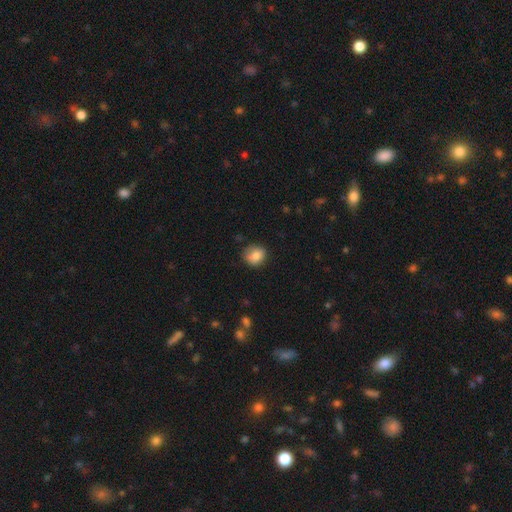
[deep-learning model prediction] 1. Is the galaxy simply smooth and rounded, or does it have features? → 83% smooth, 9% star or artifact, 8% featured or disk.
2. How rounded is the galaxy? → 76% round, 23% in between, 1% cigar-shaped.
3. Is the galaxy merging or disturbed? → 72% none, 21% minor disturbance, 5% major disturbance, 2% merger.